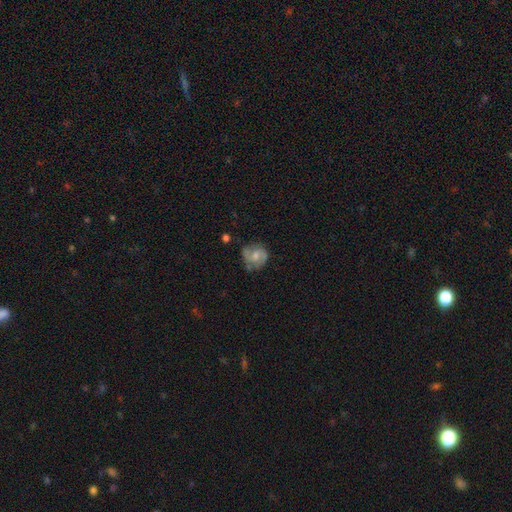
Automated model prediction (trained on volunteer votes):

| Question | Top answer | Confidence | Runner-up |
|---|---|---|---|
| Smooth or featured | featured or disk | 68% | smooth (25%) |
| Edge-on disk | no | 98% | yes (2%) |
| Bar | no | 53% | weak (41%) |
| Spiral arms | yes | 91% | no (9%) |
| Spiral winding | medium | 49% | tight (31%) |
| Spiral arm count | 2 | 83% | can't tell (9%) |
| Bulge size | moderate | 54% | small (33%) |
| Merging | none | 68% | minor disturbance (22%) |